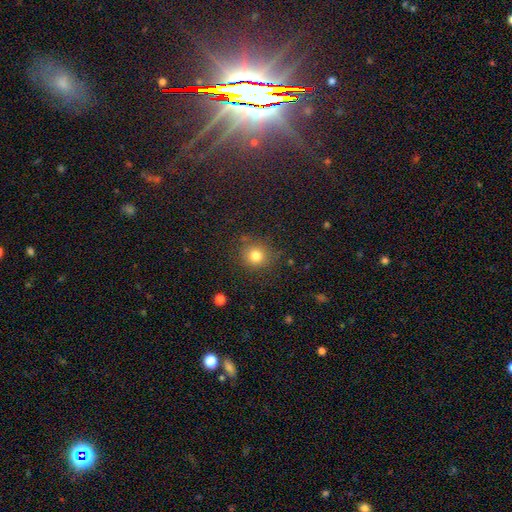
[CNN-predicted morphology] A smooth galaxy with no disk features (80%) that is round (90%).

Vote fractions:
- Smooth or featured? smooth: 80% / star or artifact: 14% / featured or disk: 6%
- How rounded? round: 90% / in between: 9% / cigar-shaped: 1%
- Merging? none: 84% / minor disturbance: 10% / major disturbance: 4% / merger: 2%